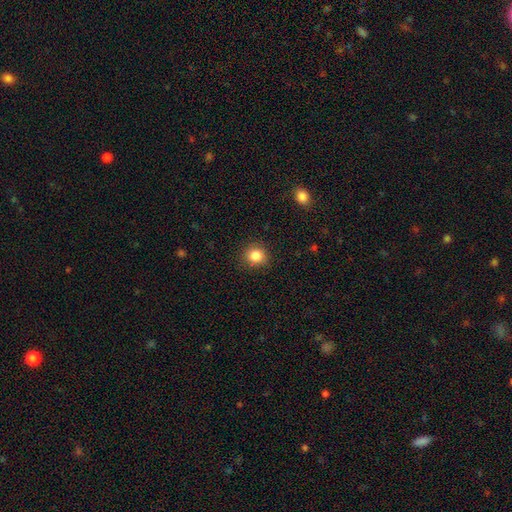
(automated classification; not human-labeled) Smooth or featured? smooth (85%)
How rounded? round (85%)
Merging? none (88%)